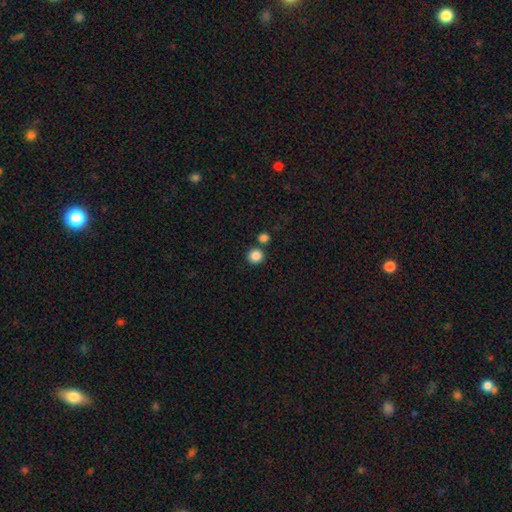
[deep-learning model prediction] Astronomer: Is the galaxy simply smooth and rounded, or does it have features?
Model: smooth — 86%.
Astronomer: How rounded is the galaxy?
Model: round — 93%.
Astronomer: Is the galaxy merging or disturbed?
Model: none — 79%.